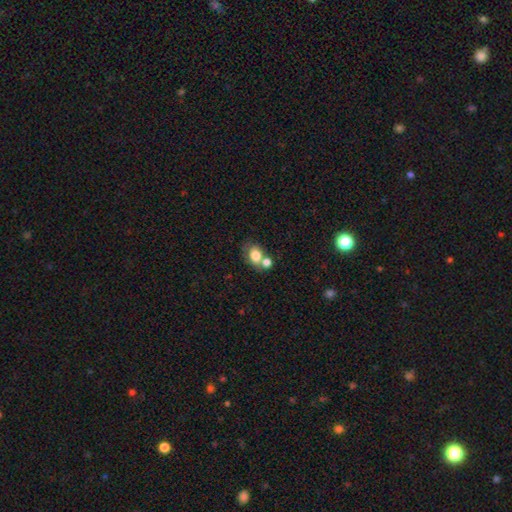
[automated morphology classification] Smooth or featured: smooth — 77% (featured or disk — 14%)
How rounded: in between — 62% (round — 37%)
Merging: merger — 44% (none — 38%)